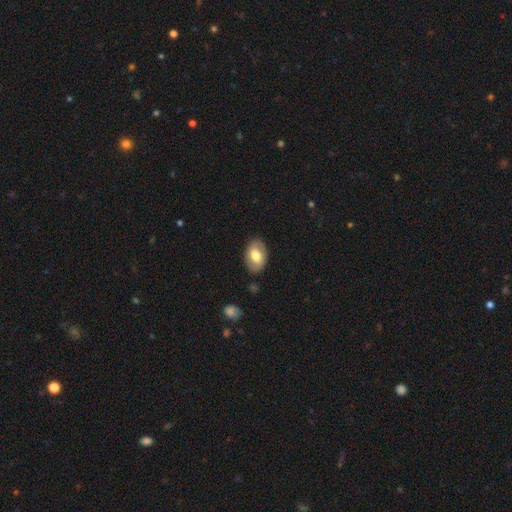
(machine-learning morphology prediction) Overall: smooth (65%; featured or disk 29%). How rounded: in between (89%). Merging: none (84%).